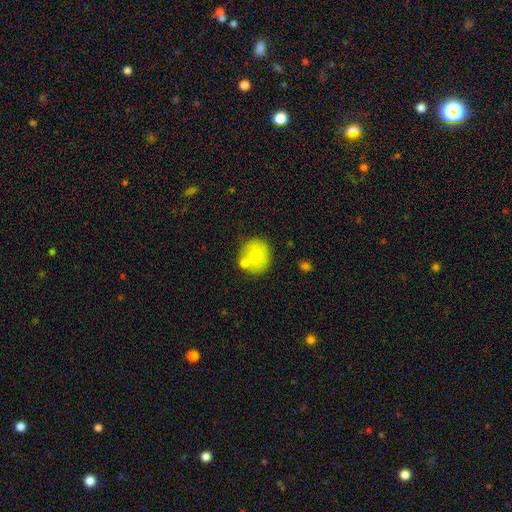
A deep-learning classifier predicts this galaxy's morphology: Q: Smooth or featured?
A: smooth (79%); runner-up: featured or disk (13%)
Q: How rounded?
A: round (81%); runner-up: in between (18%)
Q: Merging?
A: none (65%); runner-up: merger (16%)